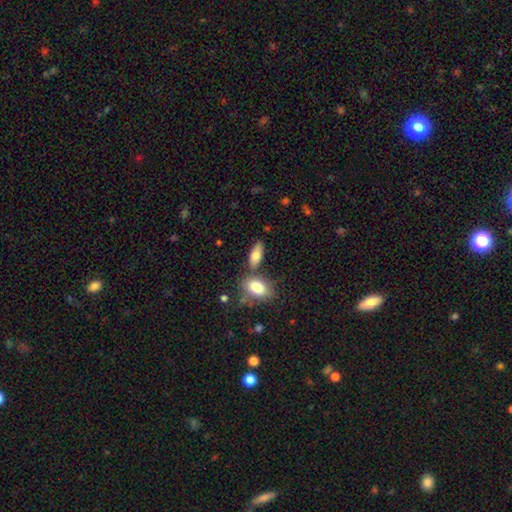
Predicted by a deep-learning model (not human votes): Smooth or featured? smooth (79%)
How rounded? in between (81%)
Merging? none (67%)